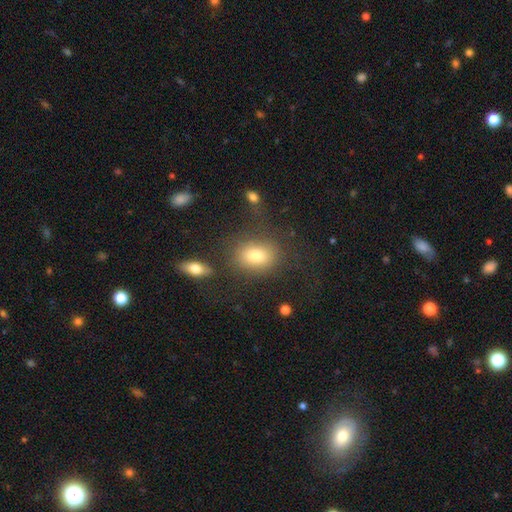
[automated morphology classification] Smooth or featured? Predicted: smooth (p=0.76). How rounded? Predicted: in between (p=0.69). Merging? Predicted: none (p=0.66).